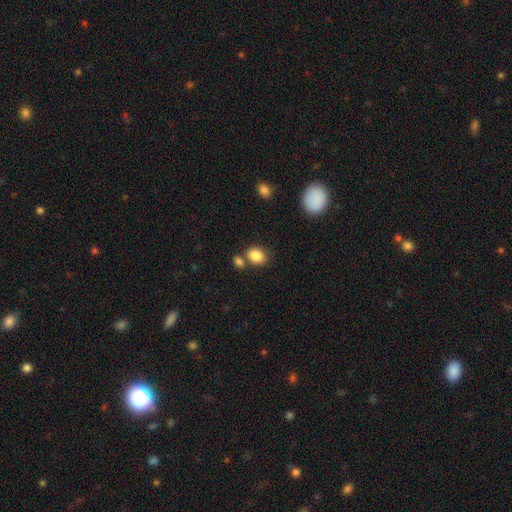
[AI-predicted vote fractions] smooth-or-featured: smooth: 86% | star or artifact: 9% | featured or disk: 5%
  how-rounded: in between: 53% | round: 46% | cigar-shaped: 1%
  merging: none: 59% | merger: 24% | minor disturbance: 13% | major disturbance: 4%